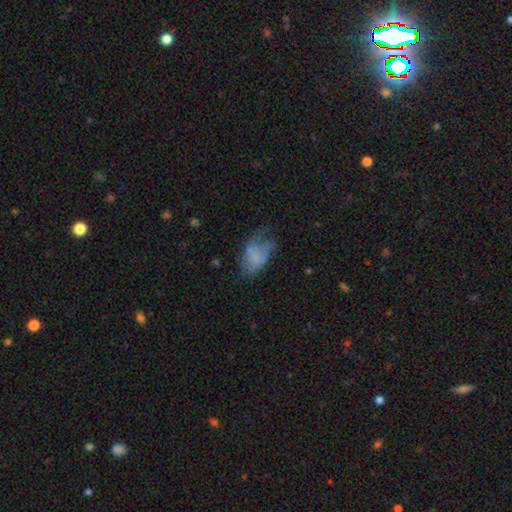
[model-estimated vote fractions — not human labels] A smooth galaxy with no disk features (64%) that is in between round and cigar-shaped (90%).

Vote fractions:
- Smooth or featured? smooth: 64% / featured or disk: 26% / star or artifact: 11%
- How rounded? in between: 90% / round: 8% / cigar-shaped: 2%
- Merging? none: 34% / minor disturbance: 32% / major disturbance: 31% / merger: 3%